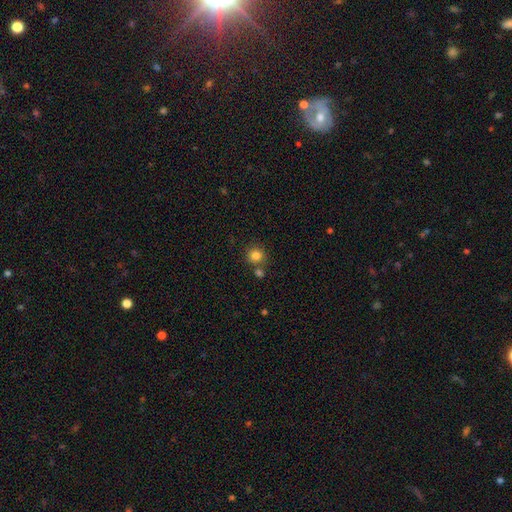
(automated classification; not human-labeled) Smooth or featured? smooth (83%)
How rounded? round (91%)
Merging? none (73%)